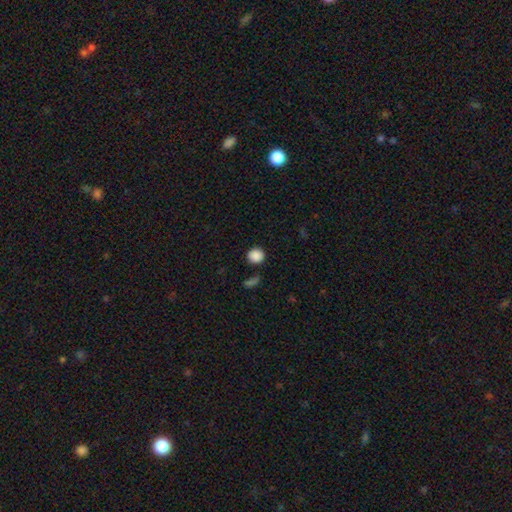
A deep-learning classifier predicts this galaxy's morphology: Smooth or featured: smooth — 87% (star or artifact — 10%)
How rounded: round — 86% (in between — 13%)
Merging: none — 83% (minor disturbance — 10%)